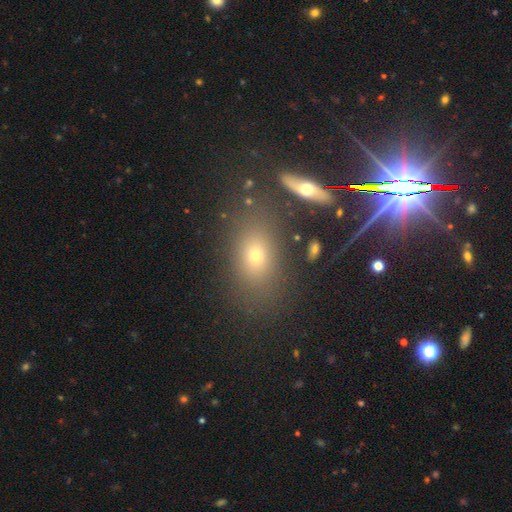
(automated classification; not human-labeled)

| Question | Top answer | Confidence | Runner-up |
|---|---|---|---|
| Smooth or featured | smooth | 51% | star or artifact (32%) |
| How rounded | in between | 77% | round (19%) |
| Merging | none | 81% | minor disturbance (10%) |